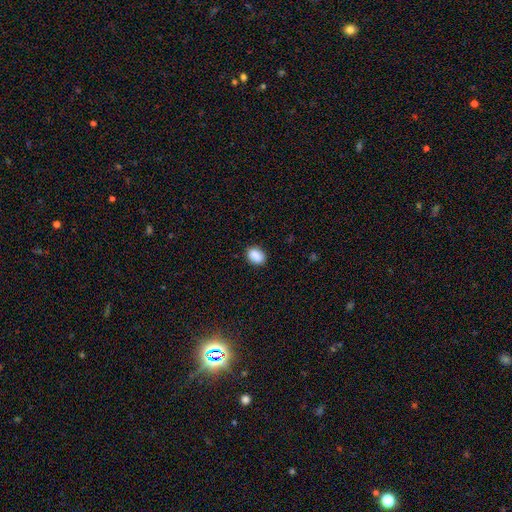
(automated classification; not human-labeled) A smooth galaxy with no disk features (89%) that is in between round and cigar-shaped (76%). Merging: none (88%).